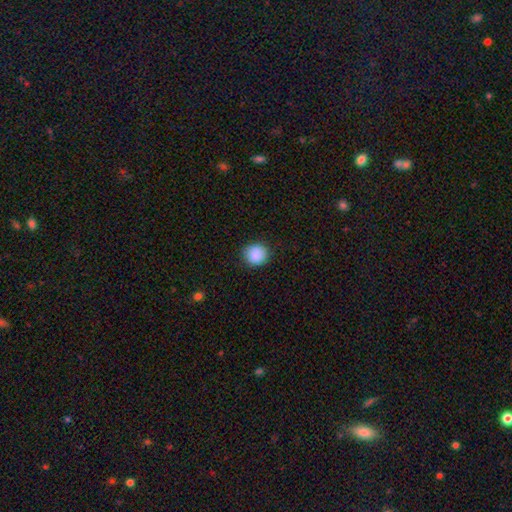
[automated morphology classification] smooth 89%, star or artifact 8%, featured or disk 3%. Down the decision tree: how rounded — round (88%); merging — none (89%).